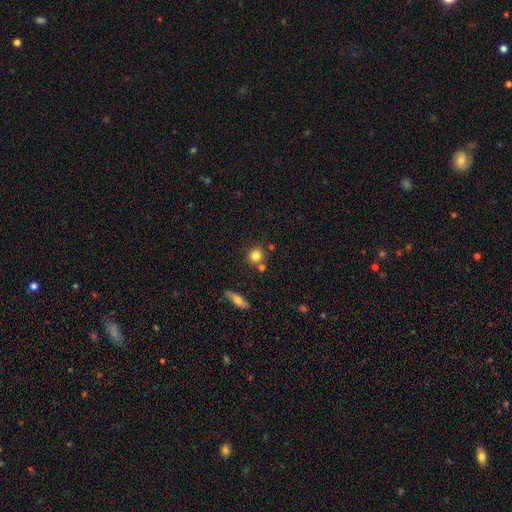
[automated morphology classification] This is clearly a smooth galaxy (81%). How rounded: clearly round (88%). Merging: likely none (75%).